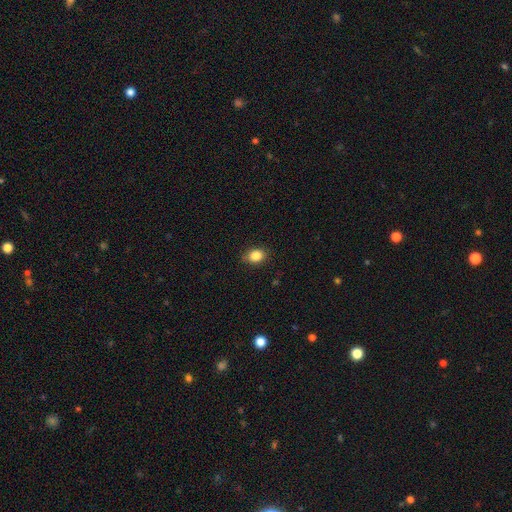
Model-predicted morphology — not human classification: A smooth galaxy with no disk features (86%) that is in between round and cigar-shaped (54%).

Vote fractions:
- Smooth or featured? smooth: 86% / star or artifact: 10% / featured or disk: 5%
- How rounded? in between: 54% / round: 45% / cigar-shaped: 1%
- Merging? none: 83% / minor disturbance: 14% / major disturbance: 3% / merger: 1%